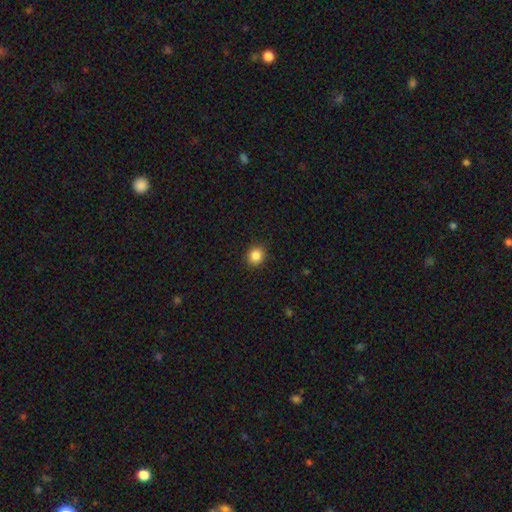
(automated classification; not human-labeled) This is clearly a smooth galaxy (86%). How rounded: clearly round (86%). Merging: clearly none (91%).